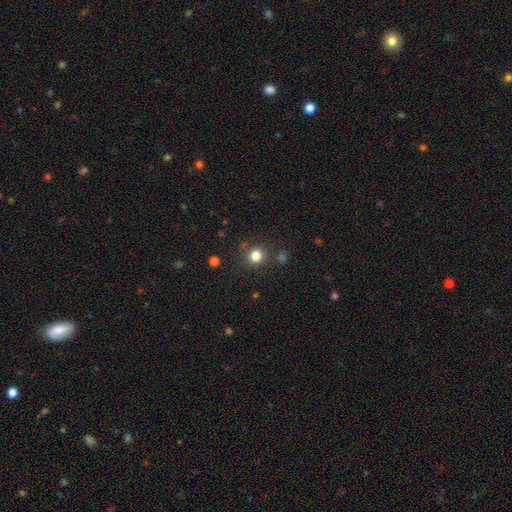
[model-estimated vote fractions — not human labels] This is clearly a smooth galaxy (81%). How rounded: clearly round (87%). Merging: clearly none (83%).